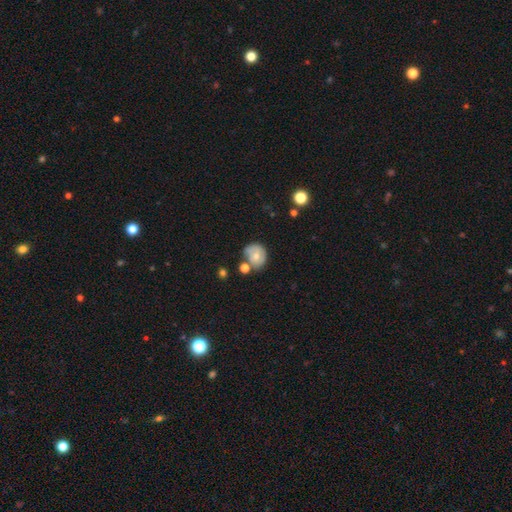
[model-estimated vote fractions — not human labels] Smooth or featured? smooth (58%)
How rounded? round (73%)
Merging? none (50%)